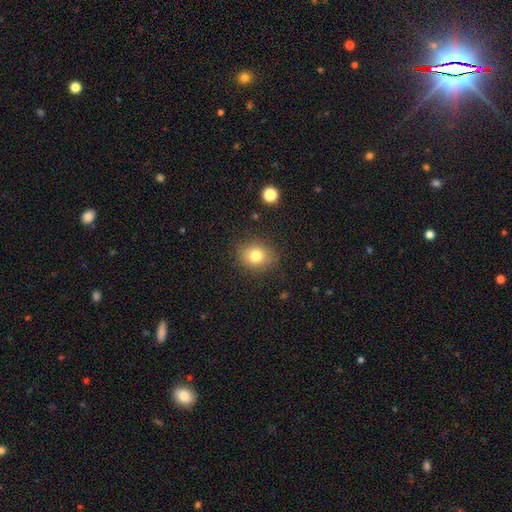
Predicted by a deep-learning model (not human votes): A smooth galaxy with no disk features (78%) that is round (67%). Merging: none (85%).